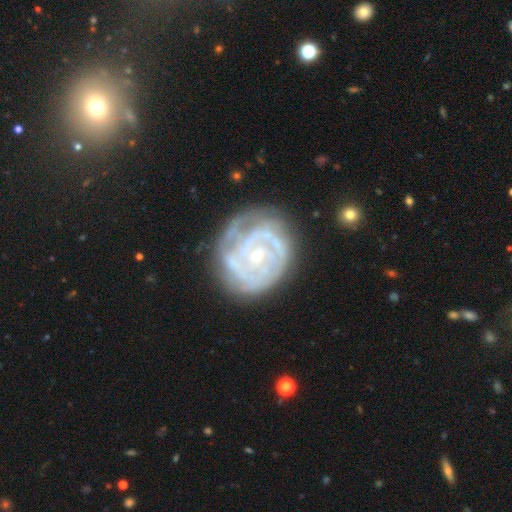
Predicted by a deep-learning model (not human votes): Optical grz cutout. It shows a featured or disk galaxy (86%) with no bar (66%), tight (75%) spiral arms (92%) and a small central bulge (67%). Merging: none (65%).